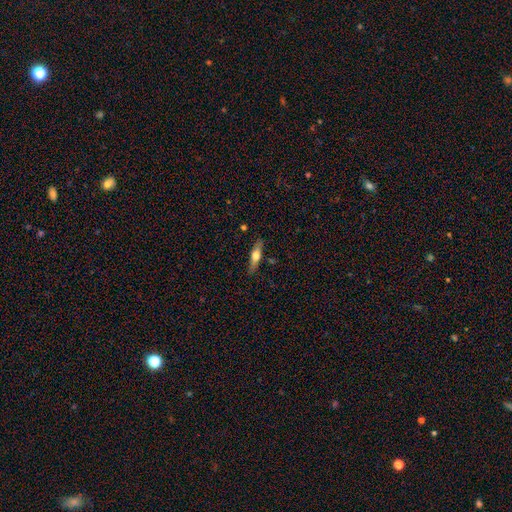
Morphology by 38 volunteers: smooth 53%, featured or disk 39%, star or artifact 8%. Down the decision tree: how rounded — cigar-shaped (95%); merging — none (77%).